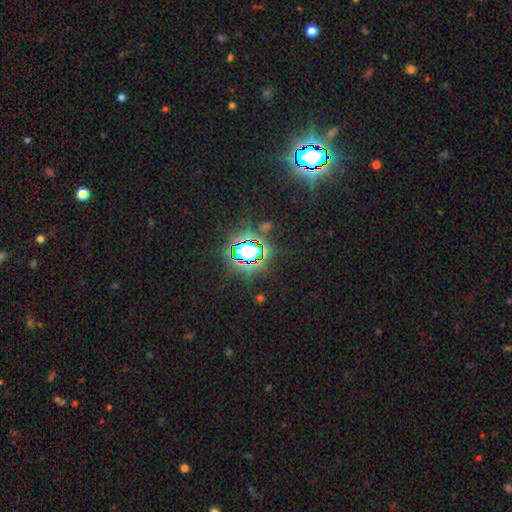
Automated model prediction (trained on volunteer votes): This appears to be a star or artifact, not a galaxy (77%).